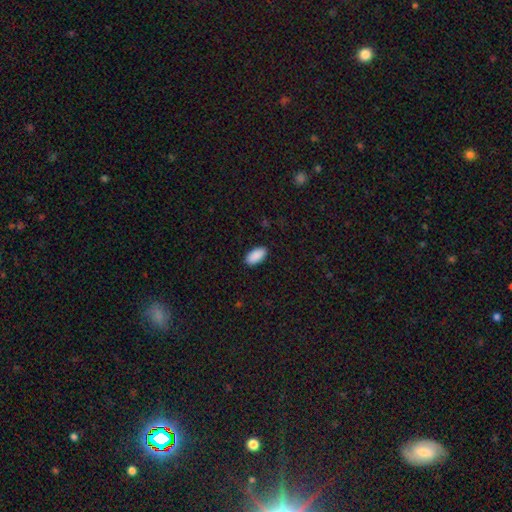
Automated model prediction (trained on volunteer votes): Overall: smooth (91%). How rounded: in between (94%). Merging: none (90%).